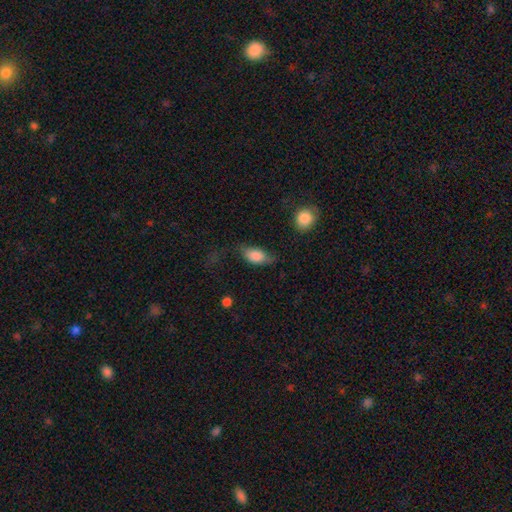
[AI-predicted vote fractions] The model was most divided on "merging": none: 46%, minor disturbance: 33%, major disturbance: 18%, merger: 3%. More confident: how rounded — in between (90%); smooth or featured — smooth (82%).